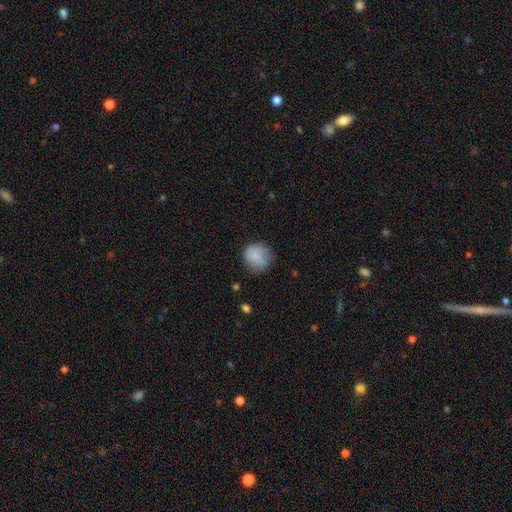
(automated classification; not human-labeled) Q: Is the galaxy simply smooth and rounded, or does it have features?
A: smooth — 75%.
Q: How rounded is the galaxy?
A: round — 86%.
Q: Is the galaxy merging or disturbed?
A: none — 69%.